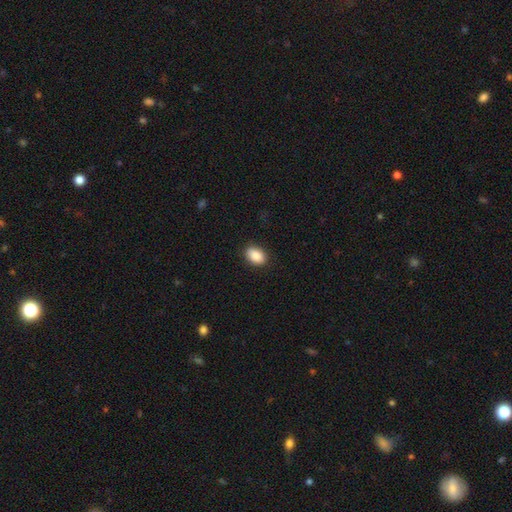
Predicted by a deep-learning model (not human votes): Smooth or featured? smooth (89%)
How rounded? in between (84%)
Merging? none (89%)